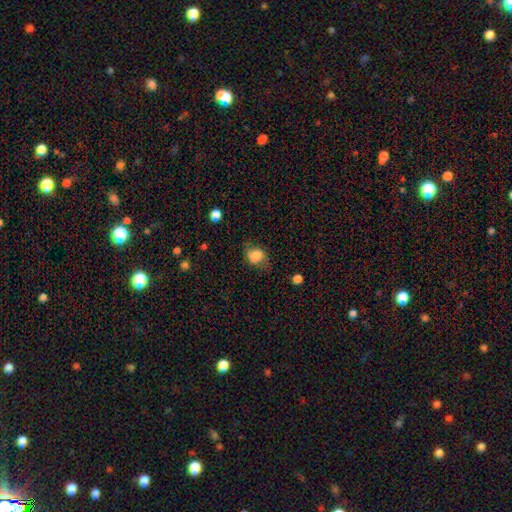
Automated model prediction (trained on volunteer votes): A smooth galaxy with no disk features (79%) that is in between round and cigar-shaped (57%).

Vote fractions:
- Smooth or featured? smooth: 79% / featured or disk: 11% / star or artifact: 9%
- How rounded? in between: 57% / round: 42% / cigar-shaped: 1%
- Merging? none: 53% / minor disturbance: 29% / major disturbance: 15% / merger: 2%